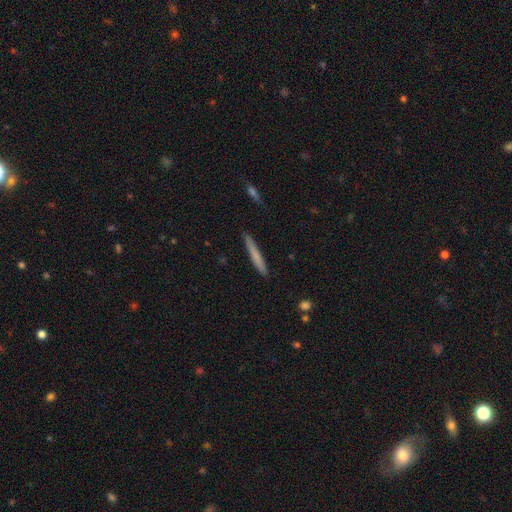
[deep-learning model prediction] smooth-or-featured: smooth: 70% | featured or disk: 24% | star or artifact: 6%
  how-rounded: cigar-shaped: 96% | in between: 2% | round: 1%
  merging: none: 89% | minor disturbance: 8% | major disturbance: 1% | merger: 1%